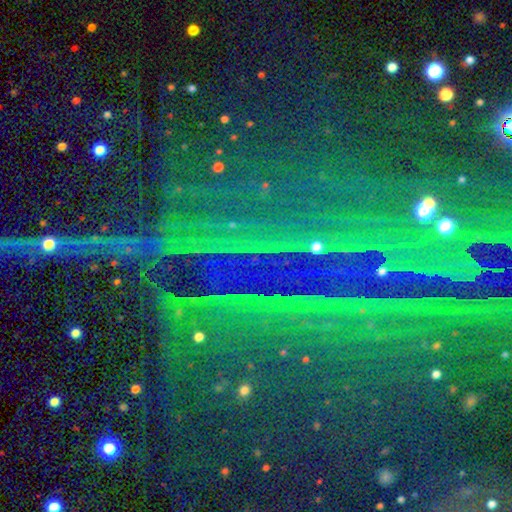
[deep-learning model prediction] Overall: star or artifact (88%).